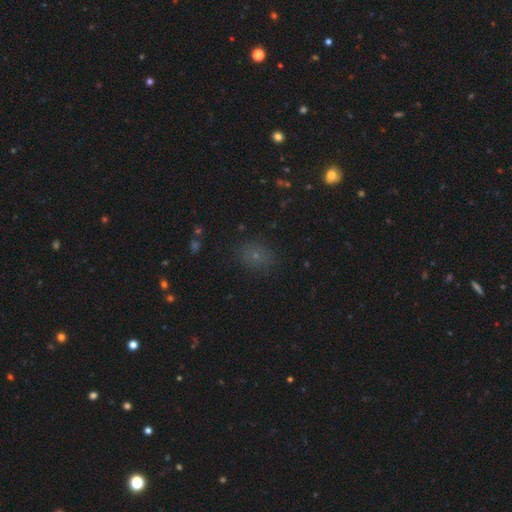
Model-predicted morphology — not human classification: smooth 65%, star or artifact 26%, featured or disk 10%. Down the decision tree: how rounded — round (51%); merging — none (82%).